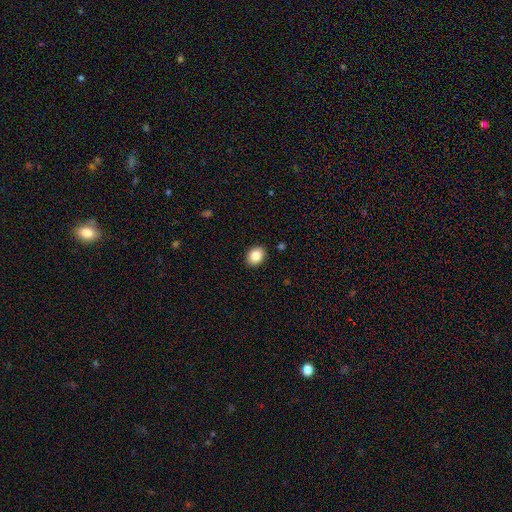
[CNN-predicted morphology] Overall: smooth (85%). How rounded: in between (57%; round 42%). Merging: none (91%).